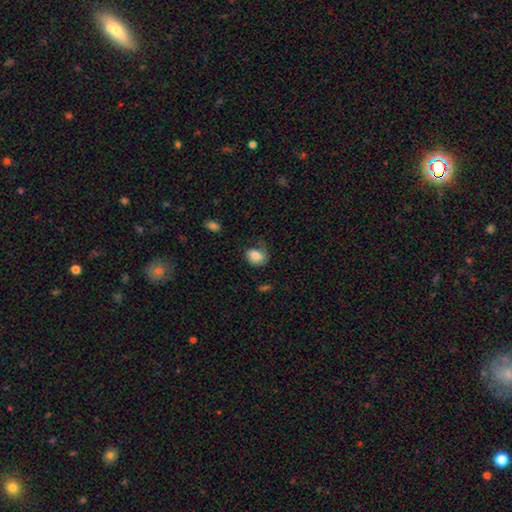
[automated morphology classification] The model was most divided on "merging": none: 45%, minor disturbance: 30%, major disturbance: 22%, merger: 2%. More confident: smooth or featured — smooth (78%); how rounded — in between (73%).